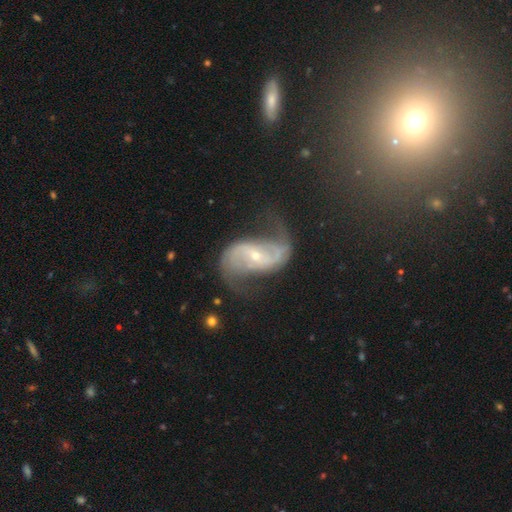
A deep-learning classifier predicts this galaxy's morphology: Smooth or featured? featured or disk (89%)
Edge-on disk? no (97%)
Bar? weak (37%)
Spiral arms? yes (96%)
Spiral winding? loose (61%)
Spiral arm count? 2 (93%)
Bulge size? small (69%)
Merging? none (64%)